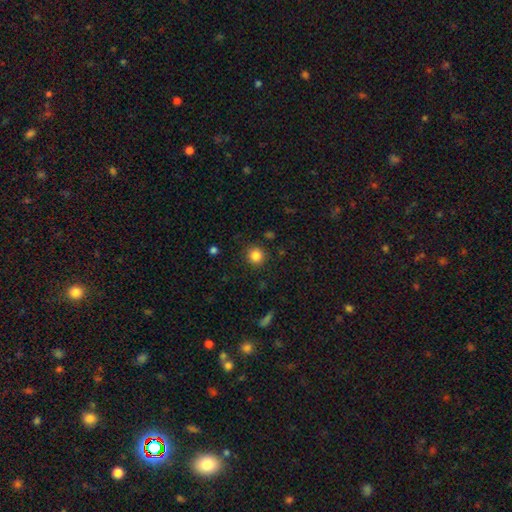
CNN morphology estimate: This is clearly a smooth galaxy (84%). How rounded: clearly round (92%). Merging: clearly none (89%).